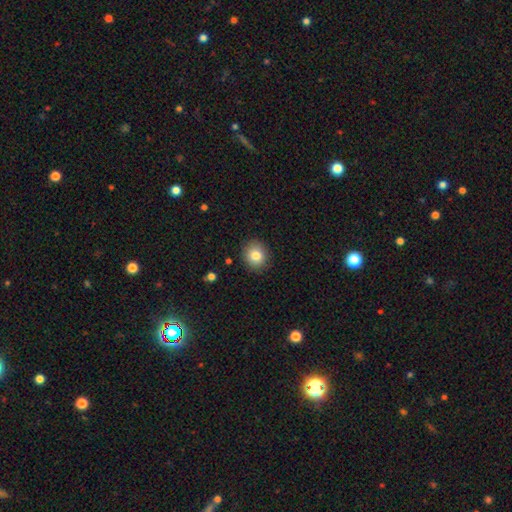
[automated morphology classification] smooth_or_featured: smooth (p=0.82) [alt: star or artifact p=0.09]
how_rounded: round (p=0.82) [alt: in between p=0.17]
merging: none (p=0.90) [alt: minor disturbance p=0.07]